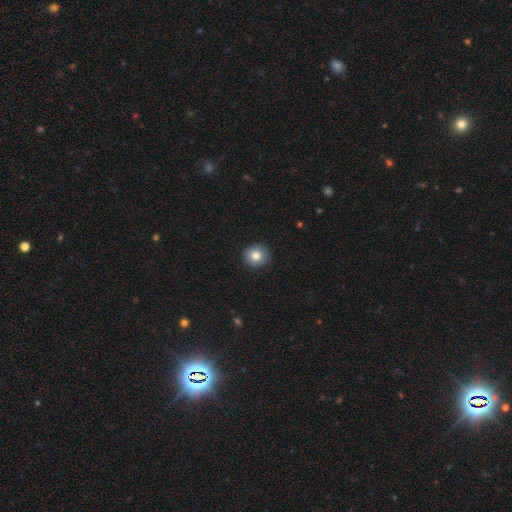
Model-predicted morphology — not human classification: smooth-or-featured: smooth: 81% | featured or disk: 10% | star or artifact: 9%
  how-rounded: round: 91% | in between: 8% | cigar-shaped: 1%
  merging: none: 90% | minor disturbance: 7% | major disturbance: 2% | merger: 1%